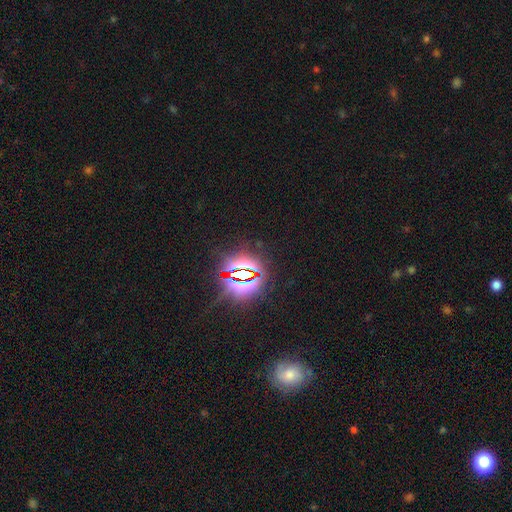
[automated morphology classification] smooth-or-featured: star or artifact: 80% | smooth: 13% | featured or disk: 6%